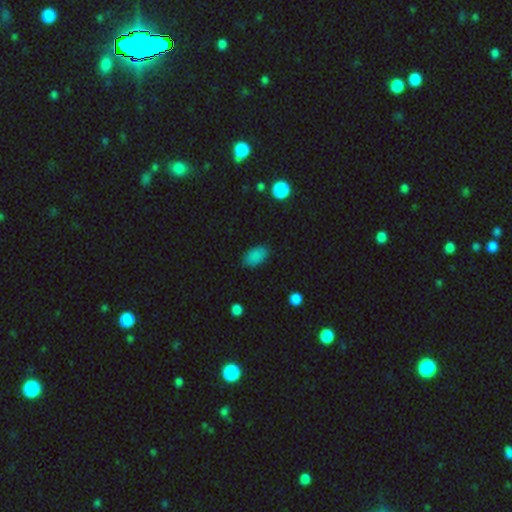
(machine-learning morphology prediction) Smooth or featured? Predicted: smooth (p=0.85). How rounded? Predicted: in between (p=0.91). Merging? Predicted: none (p=0.83).